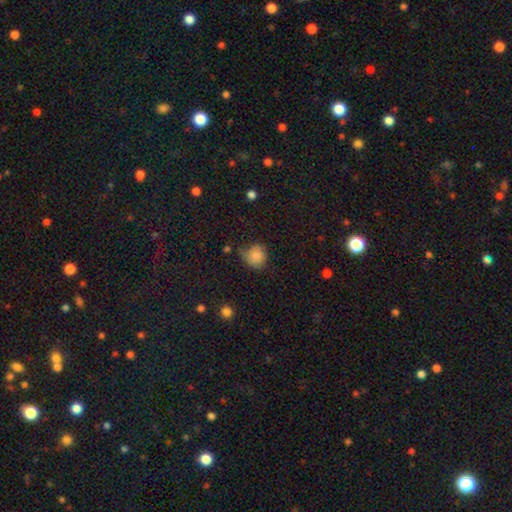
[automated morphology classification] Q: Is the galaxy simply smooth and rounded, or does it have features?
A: smooth — 81%.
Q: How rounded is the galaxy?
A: round — 82%.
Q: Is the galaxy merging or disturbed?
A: none — 53%.